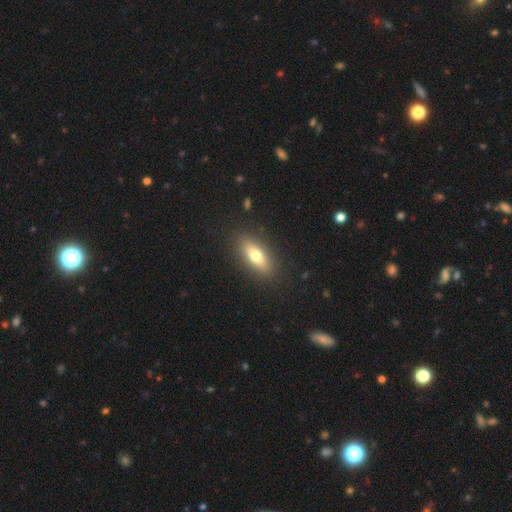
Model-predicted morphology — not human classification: A smooth galaxy with no disk features (70%) that is in between round and cigar-shaped (70%).

Vote fractions:
- Smooth or featured? smooth: 70% / featured or disk: 22% / star or artifact: 8%
- How rounded? in between: 70% / cigar-shaped: 27% / round: 4%
- Merging? none: 87% / minor disturbance: 9% / major disturbance: 3% / merger: 1%